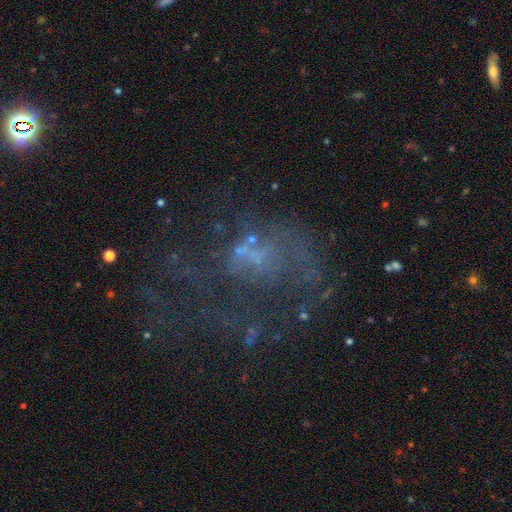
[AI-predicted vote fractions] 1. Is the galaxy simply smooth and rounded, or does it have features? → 58% featured or disk, 25% star or artifact, 17% smooth.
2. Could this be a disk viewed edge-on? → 97% no, 3% yes.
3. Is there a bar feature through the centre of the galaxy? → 81% no, 15% weak, 4% strong.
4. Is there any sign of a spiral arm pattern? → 65% no, 35% yes.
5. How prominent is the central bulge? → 55% none, 29% small, 12% moderate, 2% large, 1% dominant.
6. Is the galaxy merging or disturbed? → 42% major disturbance, 35% none, 15% minor disturbance, 7% merger.